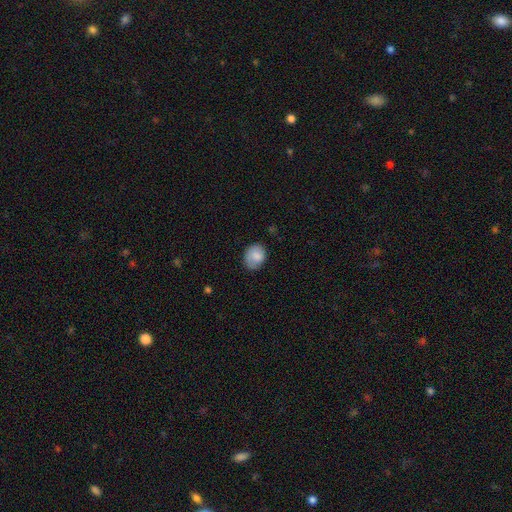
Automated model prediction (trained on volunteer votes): smooth 81%, featured or disk 11%, star or artifact 7%. Down the decision tree: how rounded — in between (52%); merging — none (68%).